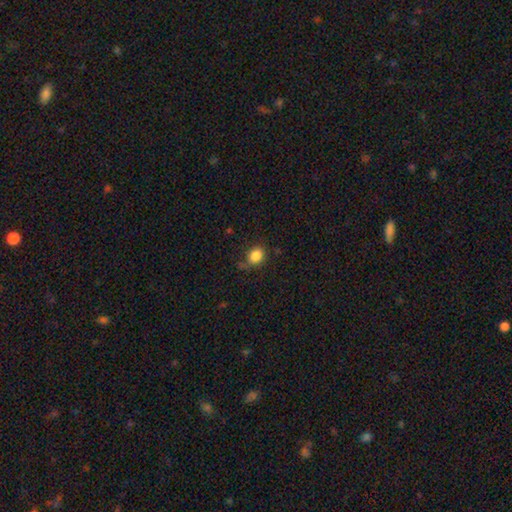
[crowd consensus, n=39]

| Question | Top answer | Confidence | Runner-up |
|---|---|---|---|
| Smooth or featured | smooth | 92% | star or artifact (5%) |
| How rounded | in between | 53% | round (47%) |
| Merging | none | 76% | minor disturbance (14%) |